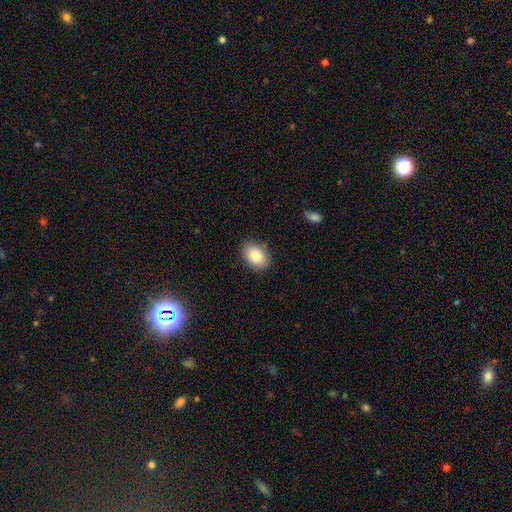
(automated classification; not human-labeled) A smooth galaxy with no disk features (87%) that is in between round and cigar-shaped (86%).

Vote fractions:
- Smooth or featured? smooth: 87% / star or artifact: 7% / featured or disk: 6%
- How rounded? in between: 86% / round: 13% / cigar-shaped: 1%
- Merging? none: 85% / minor disturbance: 12% / major disturbance: 3% / merger: 1%